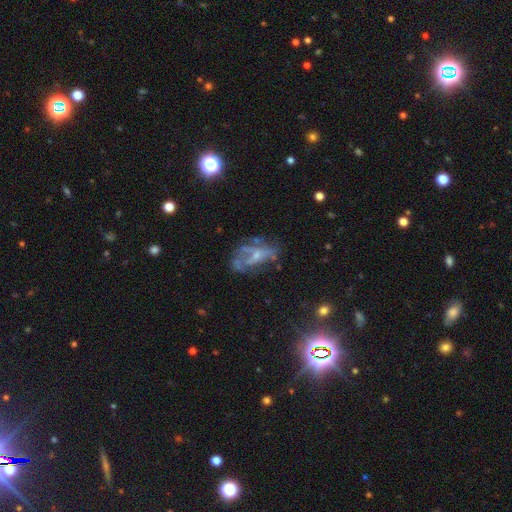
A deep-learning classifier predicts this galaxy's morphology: smooth-or-featured: featured or disk: 59% | star or artifact: 21% | smooth: 20%
  disk-edge-on: no: 92% | yes: 8%
    bar: no: 66% | weak: 25% | strong: 9%
    has-spiral-arms: no: 57% | yes: 43%
    bulge-size: small: 57% | moderate: 21% | none: 19% | large: 2% | dominant: 1%
  merging: none: 44% | major disturbance: 28% | minor disturbance: 22% | merger: 6%